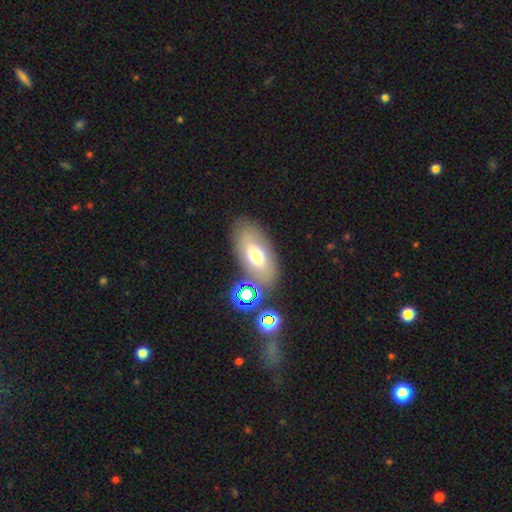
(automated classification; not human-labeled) Smooth or featured?
  - smooth: 65% *
  - featured or disk: 23%
  - star or artifact: 12%
How rounded?
  - in between: 89% *
  - cigar-shaped: 6%
  - round: 5%
Merging?
  - none: 74% *
  - minor disturbance: 12%
  - merger: 8%
  - major disturbance: 5%